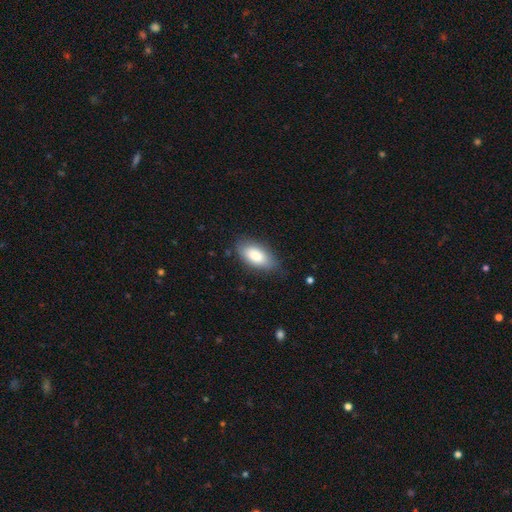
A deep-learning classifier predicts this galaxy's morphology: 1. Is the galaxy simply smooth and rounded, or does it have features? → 83% smooth, 10% featured or disk, 6% star or artifact.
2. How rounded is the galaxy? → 92% in between, 5% cigar-shaped, 3% round.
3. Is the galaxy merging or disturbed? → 76% none, 19% minor disturbance, 4% major disturbance, 1% merger.